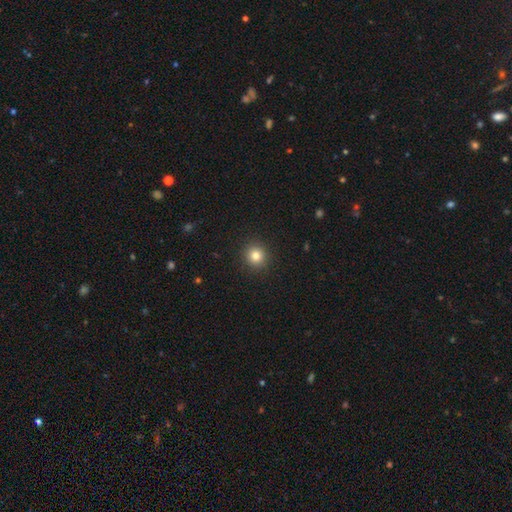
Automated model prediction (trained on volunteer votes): Smooth or featured? Predicted: smooth (p=0.81). How rounded? Predicted: round (p=0.93). Merging? Predicted: none (p=0.92).